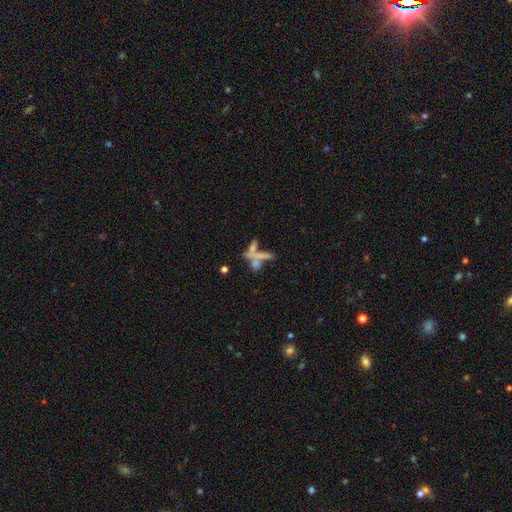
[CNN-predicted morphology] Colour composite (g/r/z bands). It shows a smooth galaxy with no disk features (52%) that is cigar-shaped (67%). Merging: merger (45%).